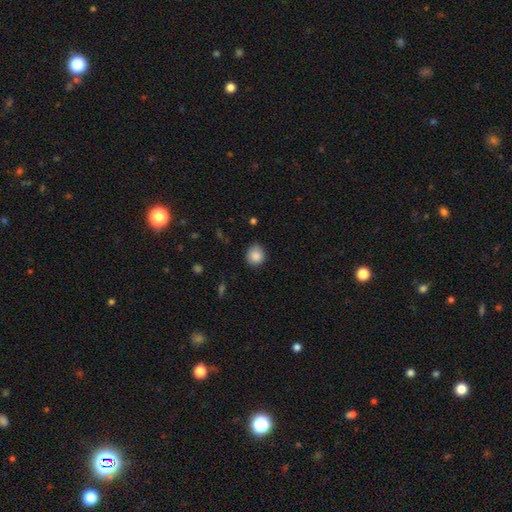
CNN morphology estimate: smooth 87%, star or artifact 9%, featured or disk 5%. Down the decision tree: how rounded — round (82%); merging — none (79%).